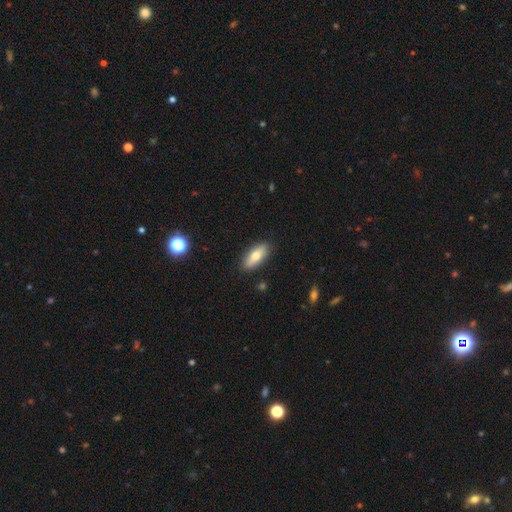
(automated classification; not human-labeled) Overall: smooth (70%). How rounded: in between (71%). Merging: none (88%).